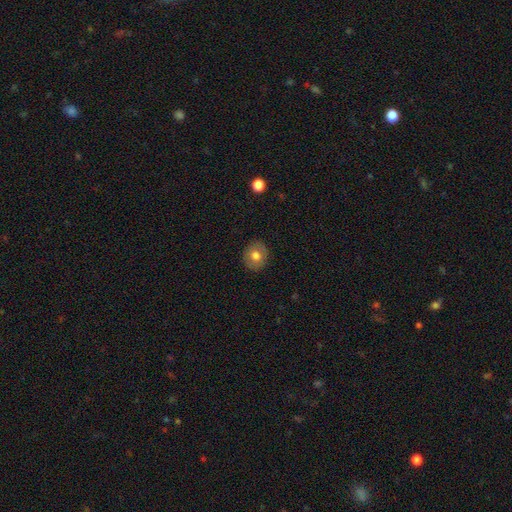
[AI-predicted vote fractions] Q: Smooth or featured?
A: smooth (71%); runner-up: featured or disk (21%)
Q: How rounded?
A: round (74%); runner-up: in between (25%)
Q: Merging?
A: none (88%); runner-up: minor disturbance (9%)